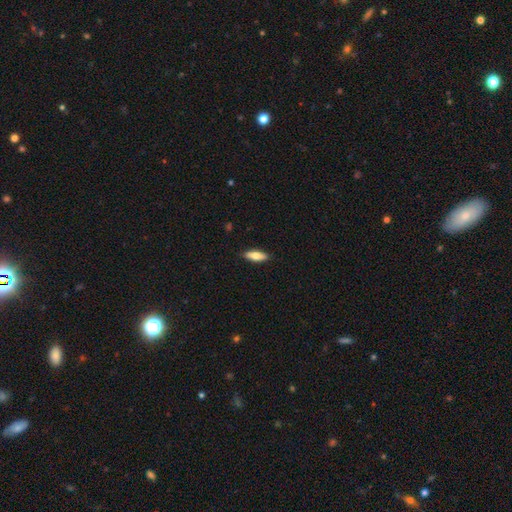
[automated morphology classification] type=smooth (71%); roundness=in between (64%); merging=none (87%).